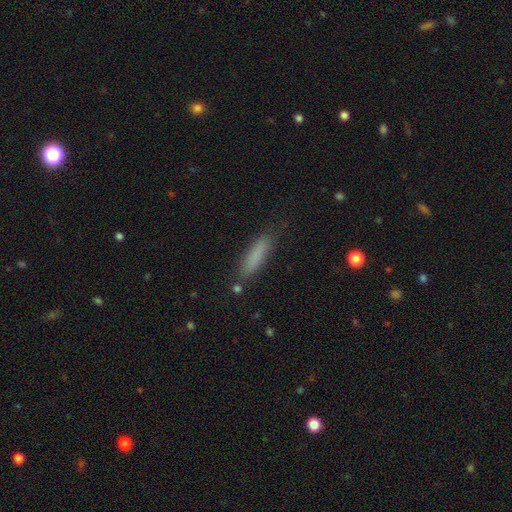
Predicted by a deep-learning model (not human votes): smooth-or-featured: smooth: 82% | featured or disk: 9% | star or artifact: 8%
  how-rounded: cigar-shaped: 74% | in between: 25% | round: 2%
  merging: none: 79% | minor disturbance: 15% | major disturbance: 4% | merger: 3%